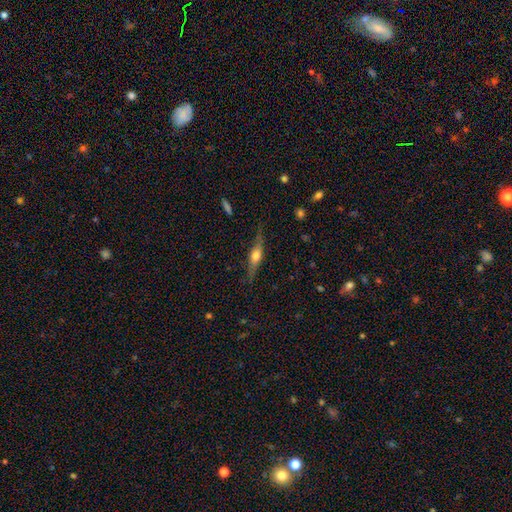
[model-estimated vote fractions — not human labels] Q: Smooth or featured?
A: featured or disk (58%); runner-up: smooth (35%)
Q: Edge-on disk?
A: yes (91%); runner-up: no (9%)
Q: Edge-on bulge?
A: rounded (90%); runner-up: boxy (6%)
Q: Merging?
A: none (75%); runner-up: minor disturbance (18%)